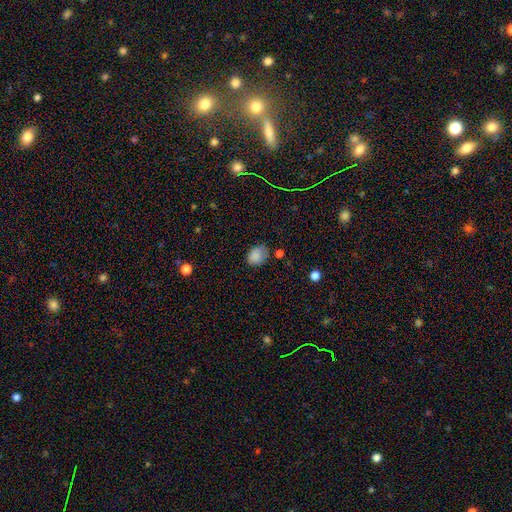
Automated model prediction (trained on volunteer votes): Smooth or featured? Predicted: smooth (p=0.83). How rounded? Predicted: in between (p=0.64). Merging? Predicted: none (p=0.60).